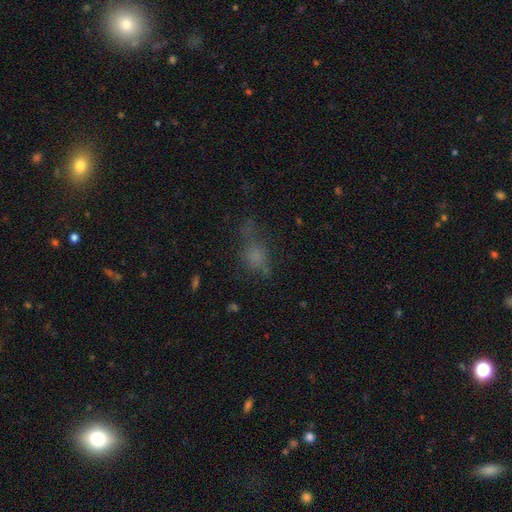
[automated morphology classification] smooth 61%, star or artifact 20%, featured or disk 19%. Down the decision tree: how rounded — in between (59%); merging — none (48%).